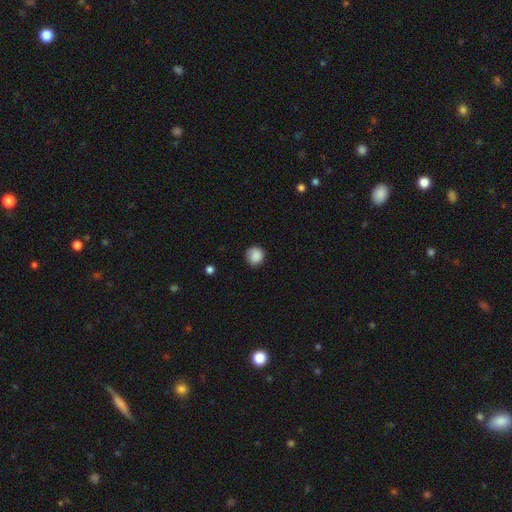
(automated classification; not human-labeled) A smooth galaxy with no disk features (87%) that is round (90%).

Vote fractions:
- Smooth or featured? smooth: 87% / star or artifact: 9% / featured or disk: 4%
- How rounded? round: 90% / in between: 9% / cigar-shaped: 1%
- Merging? none: 82% / minor disturbance: 14% / major disturbance: 3% / merger: 1%